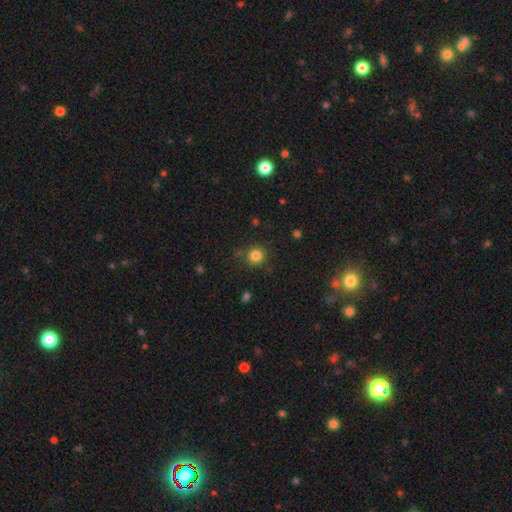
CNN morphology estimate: Overall: smooth (83%). How rounded: round (92%). Merging: none (84%).